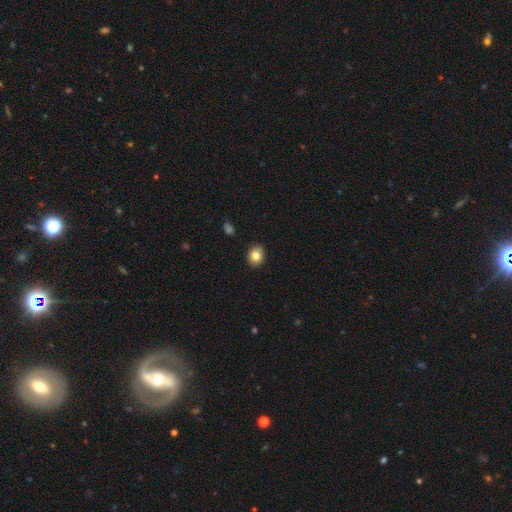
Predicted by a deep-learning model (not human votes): This is clearly a smooth galaxy (82%). How rounded: possibly round (59%). Merging: clearly none (88%).